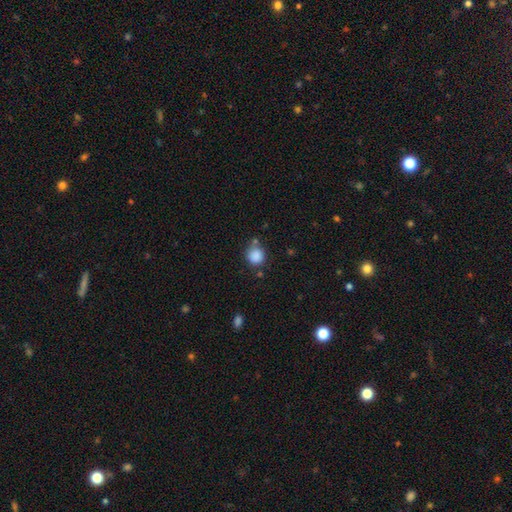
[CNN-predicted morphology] smooth_or_featured: smooth (p=0.86) [alt: star or artifact p=0.10]
how_rounded: round (p=0.88) [alt: in between p=0.12]
merging: none (p=0.69) [alt: minor disturbance p=0.16]